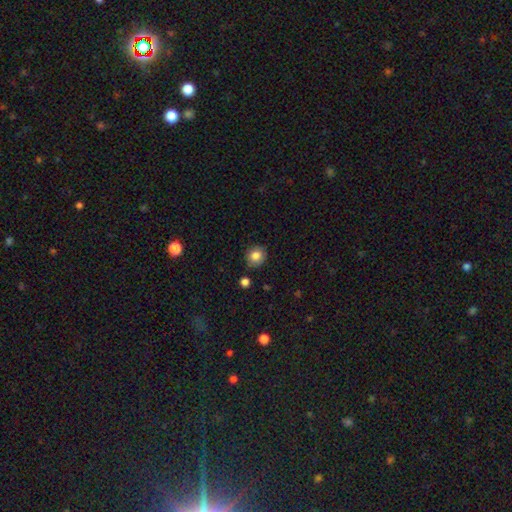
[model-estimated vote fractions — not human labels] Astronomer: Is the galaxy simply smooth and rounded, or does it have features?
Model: smooth — 83%.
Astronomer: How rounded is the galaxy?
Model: round — 86%.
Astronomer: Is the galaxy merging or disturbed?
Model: none — 83%.